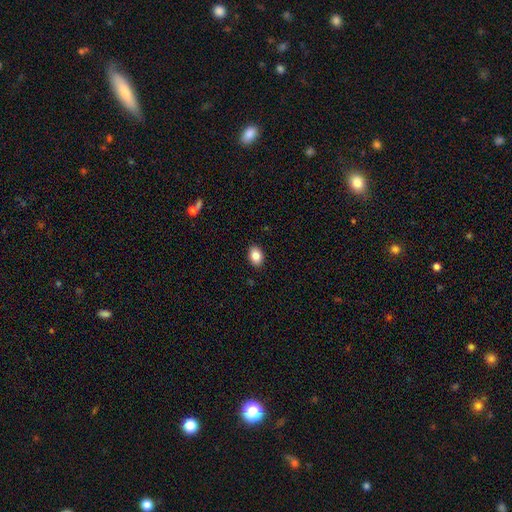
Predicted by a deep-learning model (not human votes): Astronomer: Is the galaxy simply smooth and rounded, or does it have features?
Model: smooth — 83%.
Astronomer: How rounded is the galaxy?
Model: in between — 78%.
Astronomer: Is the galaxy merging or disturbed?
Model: none — 90%.